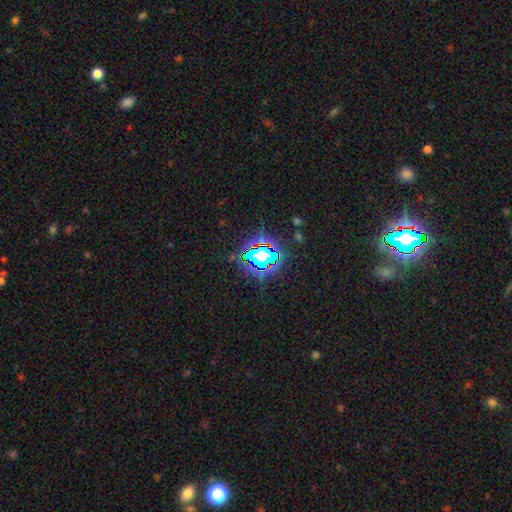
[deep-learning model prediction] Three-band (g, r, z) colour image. It shows a star or artifact, not a galaxy (81%).